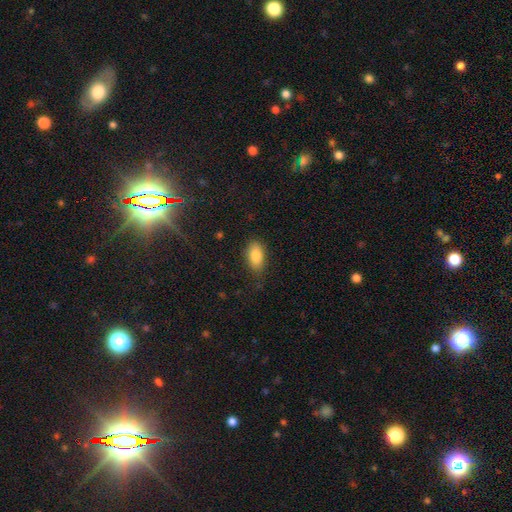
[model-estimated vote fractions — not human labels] Smooth or featured? Predicted: smooth (p=0.84). How rounded? Predicted: in between (p=0.90). Merging? Predicted: none (p=0.81).